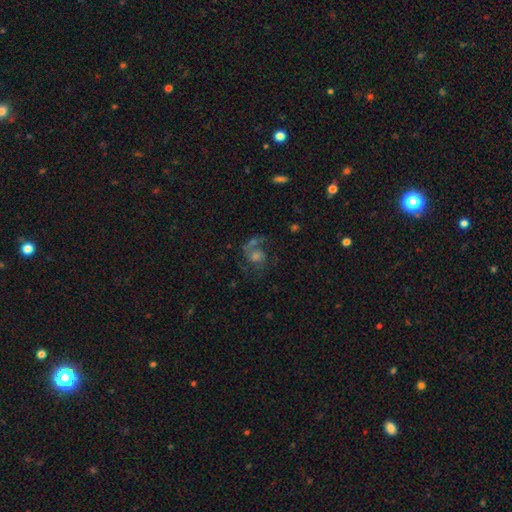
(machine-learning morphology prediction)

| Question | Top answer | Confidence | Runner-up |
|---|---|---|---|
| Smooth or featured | featured or disk | 70% | smooth (16%) |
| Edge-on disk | no | 98% | yes (2%) |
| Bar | no | 66% | weak (29%) |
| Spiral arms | yes | 88% | no (12%) |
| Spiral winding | medium | 47% | loose (35%) |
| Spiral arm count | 2 | 50% | 1 (37%) |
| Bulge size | moderate | 42% | small (27%) |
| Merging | none | 51% | major disturbance (26%) |